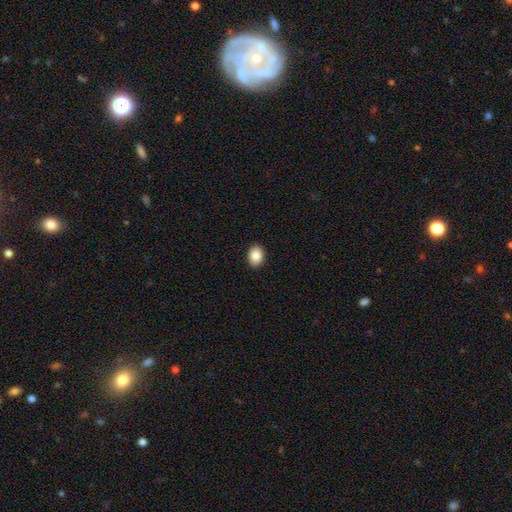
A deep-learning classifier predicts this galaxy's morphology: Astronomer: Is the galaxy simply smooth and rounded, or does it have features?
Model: smooth — 86%.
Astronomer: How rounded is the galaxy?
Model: in between — 64%.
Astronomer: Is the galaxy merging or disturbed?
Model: none — 91%.